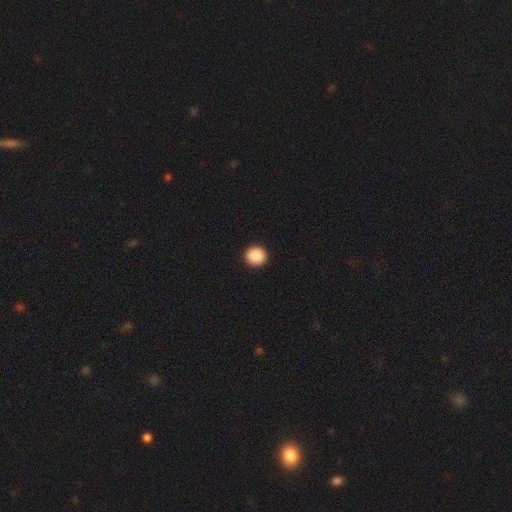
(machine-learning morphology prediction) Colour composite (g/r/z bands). It shows a smooth galaxy with no disk features (90%) that is round (87%). Merging: none (92%).